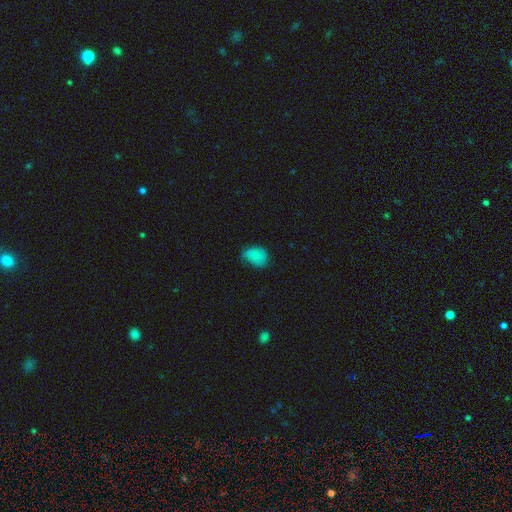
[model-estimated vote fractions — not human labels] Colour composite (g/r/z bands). It shows a smooth galaxy with no disk features (78%) that is in between round and cigar-shaped (63%). Merging: none (45%).